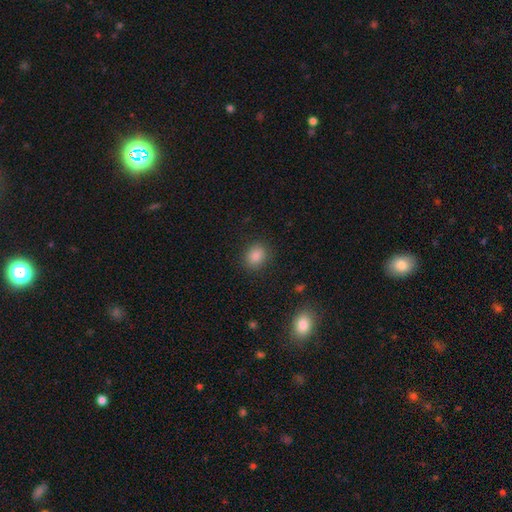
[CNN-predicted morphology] smooth 84%, star or artifact 11%, featured or disk 5%. Down the decision tree: how rounded — round (59%); merging — none (88%).